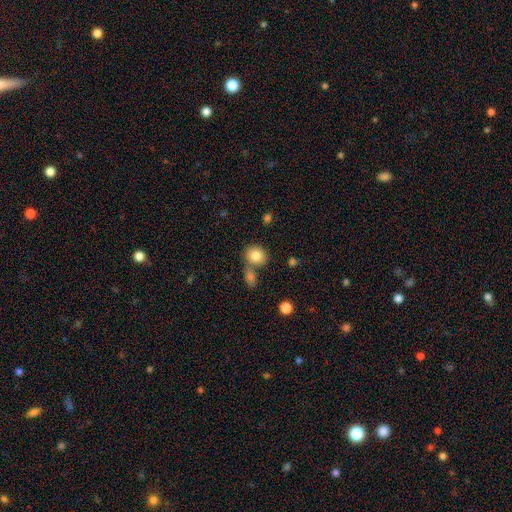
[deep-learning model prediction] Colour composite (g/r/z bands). It shows a smooth galaxy with no disk features (83%) that is round (72%). Merging: none (60%).